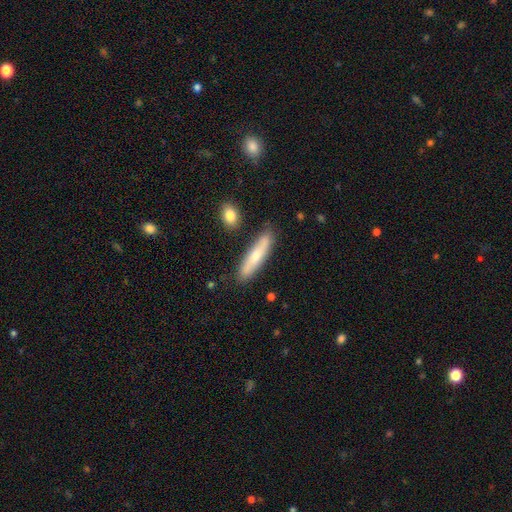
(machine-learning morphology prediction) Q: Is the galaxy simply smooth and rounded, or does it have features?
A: smooth — 61%.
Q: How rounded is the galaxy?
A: cigar-shaped — 79%.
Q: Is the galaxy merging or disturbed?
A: none — 81%.